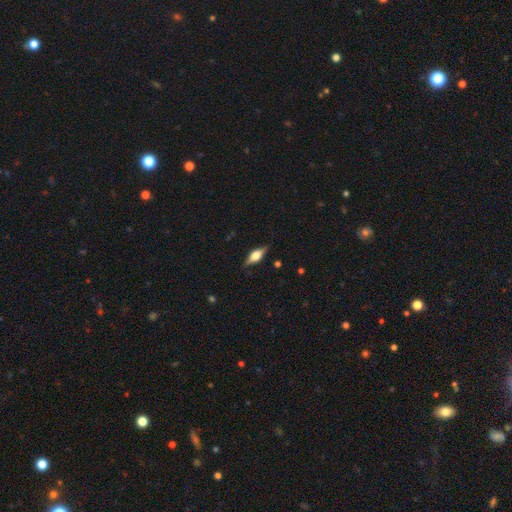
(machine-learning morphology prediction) This is possibly a featured or disk galaxy (55%). It is clearly viewed edge-on (94%). Edge-on bulge: clearly rounded (88%). Merging: clearly none (84%).